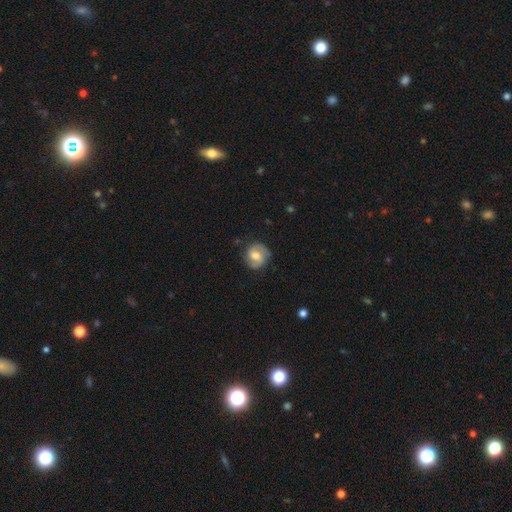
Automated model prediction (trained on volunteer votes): This appears to be a featured or disk galaxy (62%) with a weak bar (50%), 2 (83%) medium (46%) spiral arms (90%) and a moderate central bulge (55%). Merging: none (77%).